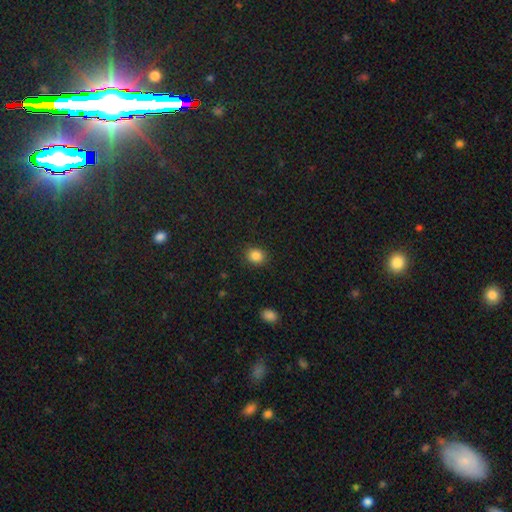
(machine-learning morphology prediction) Smooth or featured?
  - smooth: 86% *
  - star or artifact: 11%
  - featured or disk: 4%
How rounded?
  - round: 67% *
  - in between: 33%
  - cigar-shaped: 1%
Merging?
  - none: 88% *
  - minor disturbance: 9%
  - major disturbance: 3%
  - merger: 1%